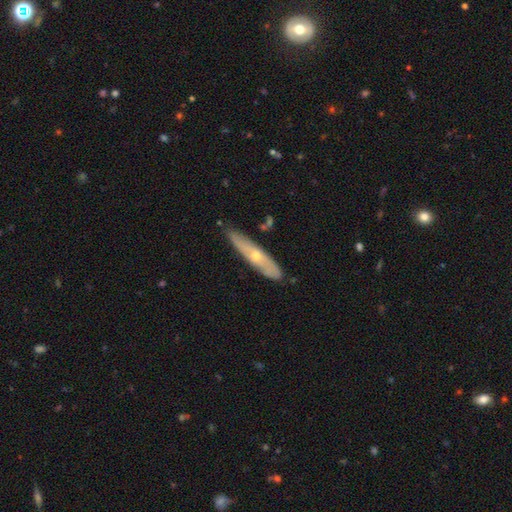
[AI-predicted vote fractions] This is possibly a featured or disk galaxy (57%). It is likely viewed edge-on (63%). Merging: likely none (78%).